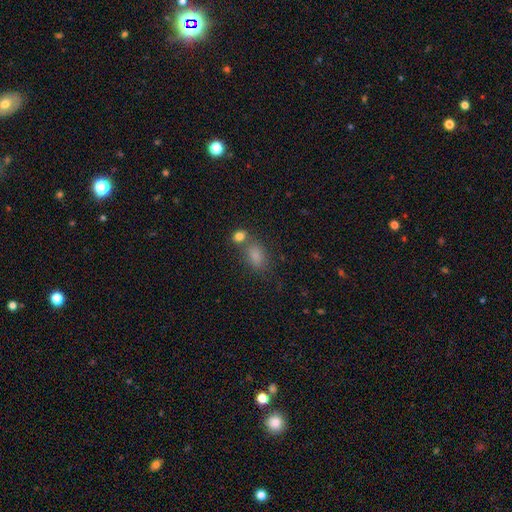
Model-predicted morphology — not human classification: This is clearly a smooth galaxy (81%). How rounded: clearly in between (84%). Merging: possibly none (53%).